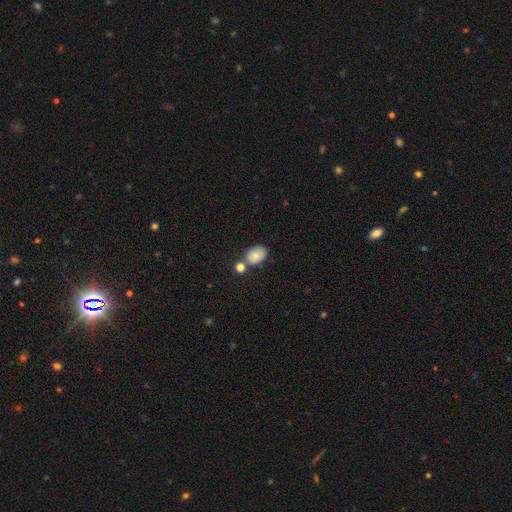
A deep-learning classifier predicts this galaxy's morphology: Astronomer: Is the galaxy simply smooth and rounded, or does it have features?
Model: smooth — 84%.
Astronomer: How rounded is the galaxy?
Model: in between — 80%.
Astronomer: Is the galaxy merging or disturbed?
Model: none — 57%.